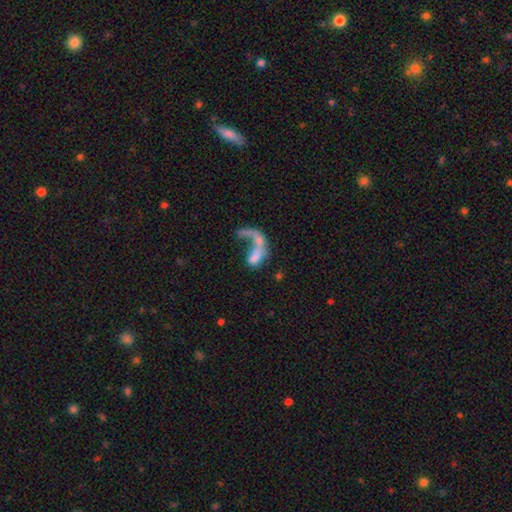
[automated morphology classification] smooth_or_featured: featured or disk (p=0.47) [alt: smooth p=0.43]
merging: major disturbance (p=0.39) [alt: merger p=0.37]